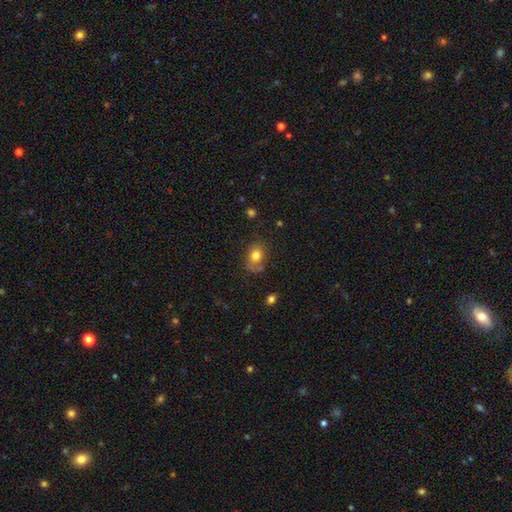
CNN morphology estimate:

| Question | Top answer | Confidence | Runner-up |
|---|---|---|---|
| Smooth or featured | smooth | 75% | featured or disk (14%) |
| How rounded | round | 50% | in between (49%) |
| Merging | none | 61% | minor disturbance (23%) |